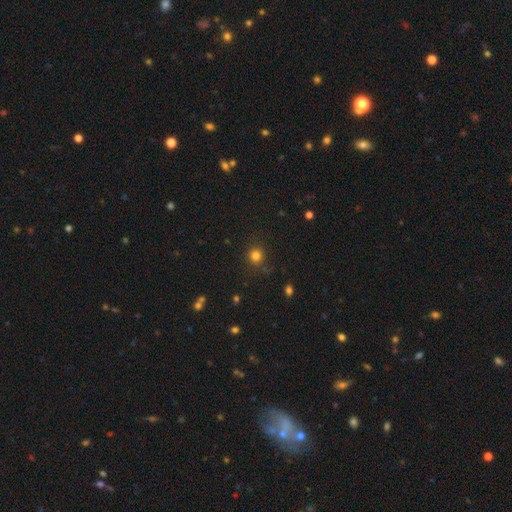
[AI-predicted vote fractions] Q: Smooth or featured?
A: smooth (80%); runner-up: star or artifact (15%)
Q: How rounded?
A: round (91%); runner-up: in between (8%)
Q: Merging?
A: none (85%); runner-up: minor disturbance (10%)